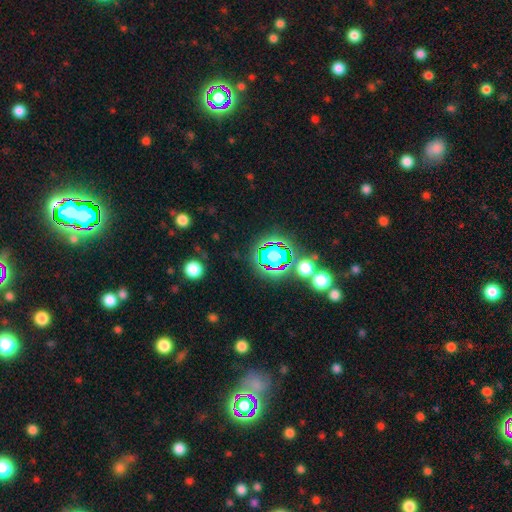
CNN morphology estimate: Smooth or featured? Predicted: star or artifact (p=0.73).